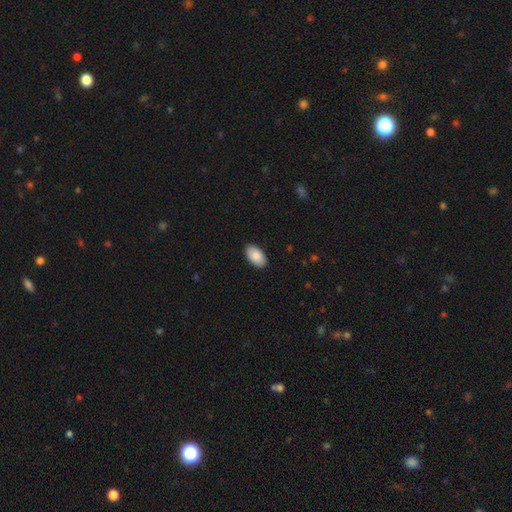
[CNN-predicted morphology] Overall: smooth (89%). How rounded: in between (95%). Merging: none (89%).